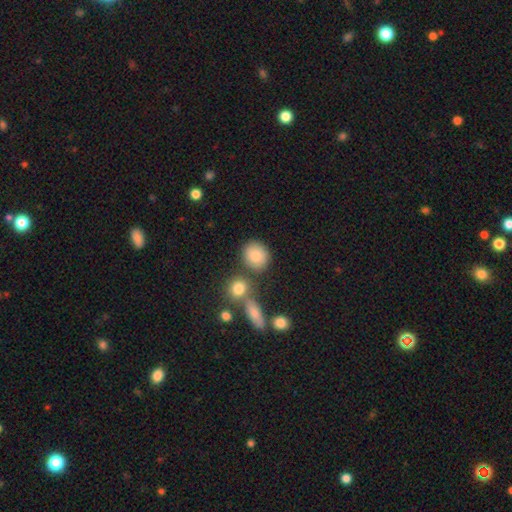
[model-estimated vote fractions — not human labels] Overall: smooth (84%). How rounded: round (76%). Merging: none (73%).